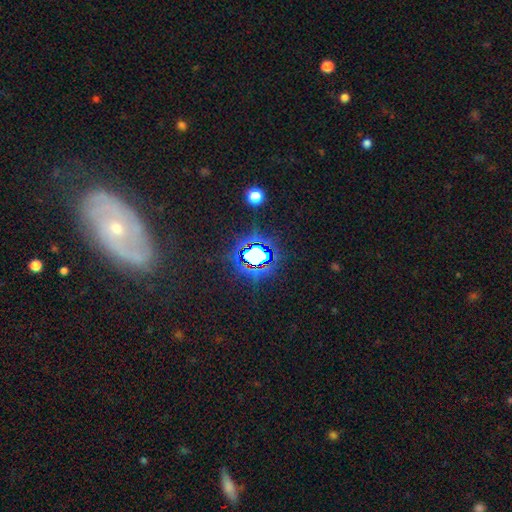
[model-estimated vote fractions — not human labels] Overall: star or artifact (72%).